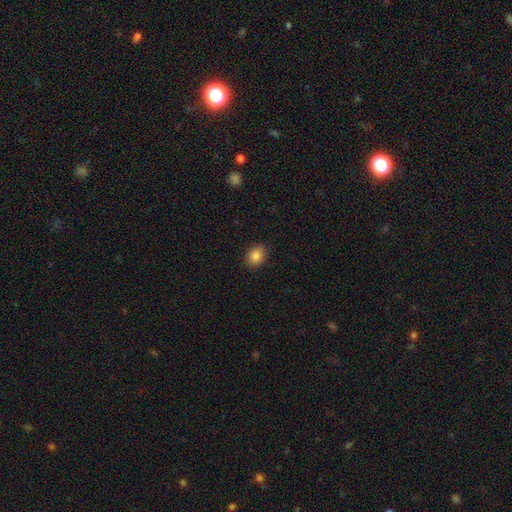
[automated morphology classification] Smooth or featured: smooth — 86% (star or artifact — 9%)
How rounded: round — 51% (in between — 48%)
Merging: none — 89% (minor disturbance — 8%)